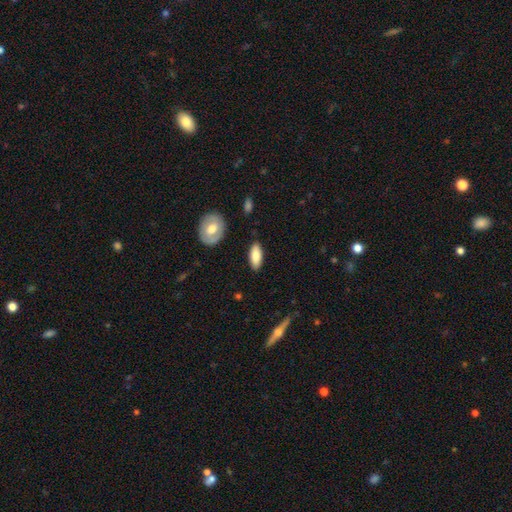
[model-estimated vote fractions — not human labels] Smooth or featured? Predicted: smooth (p=0.83). How rounded? Predicted: in between (p=0.83). Merging? Predicted: none (p=0.86).